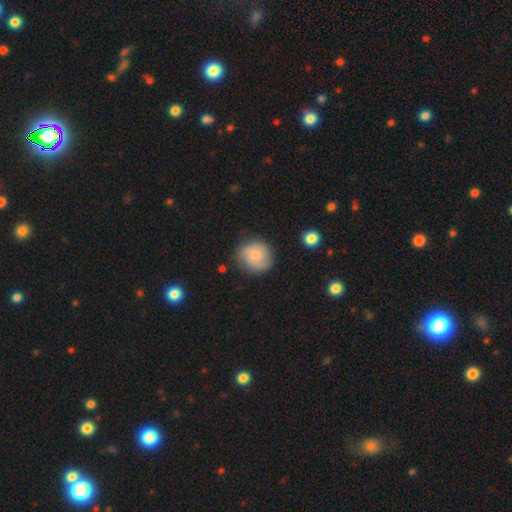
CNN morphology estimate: Smooth or featured?
  - smooth: 69% *
  - featured or disk: 23%
  - star or artifact: 7%
How rounded?
  - round: 86% *
  - in between: 13%
  - cigar-shaped: 1%
Merging?
  - none: 75% *
  - minor disturbance: 18%
  - major disturbance: 5%
  - merger: 2%